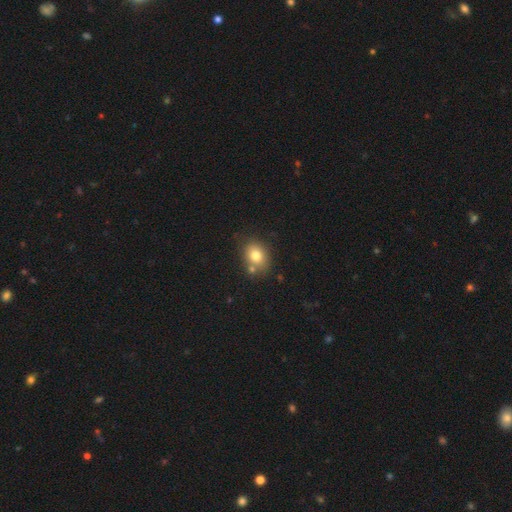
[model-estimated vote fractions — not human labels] Overall: smooth (79%). How rounded: in between (53%; round 46%). Merging: none (67%).